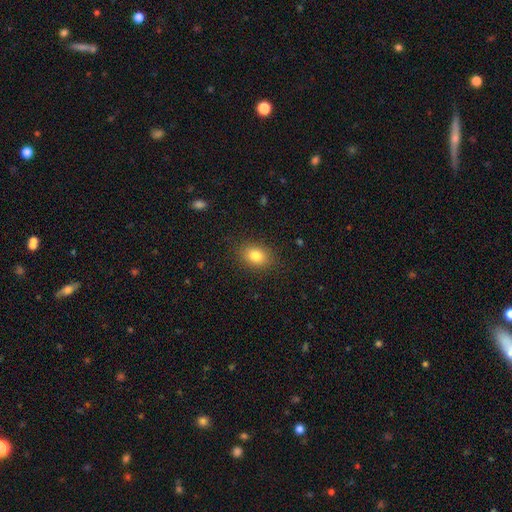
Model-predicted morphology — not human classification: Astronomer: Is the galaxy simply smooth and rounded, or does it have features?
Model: smooth — 82%.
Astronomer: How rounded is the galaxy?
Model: in between — 67%.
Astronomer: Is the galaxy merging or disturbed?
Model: none — 87%.